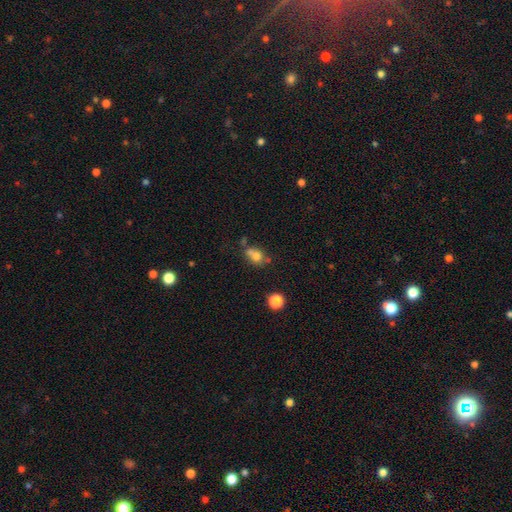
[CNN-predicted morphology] smooth_or_featured: smooth (p=0.71) [alt: featured or disk p=0.16]
how_rounded: round (p=0.56) [alt: in between p=0.42]
merging: none (p=0.45) [alt: merger p=0.32]